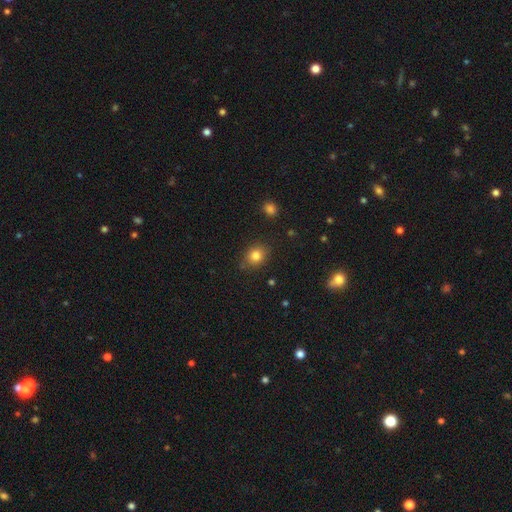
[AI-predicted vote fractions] A smooth galaxy with no disk features (82%) that is round (61%). Merging: none (81%).